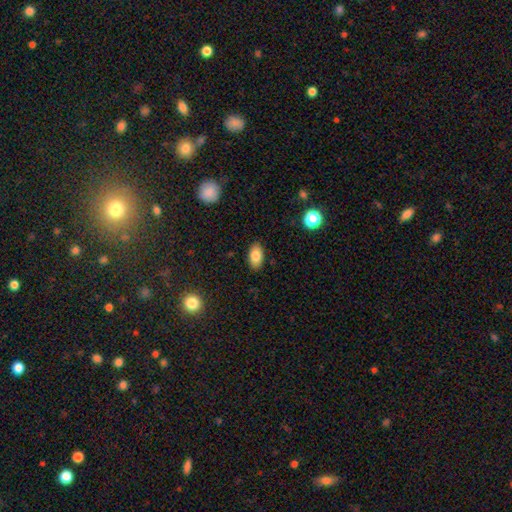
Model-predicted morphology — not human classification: smooth 83%, featured or disk 9%, star or artifact 8%. Down the decision tree: how rounded — in between (92%); merging — none (87%).